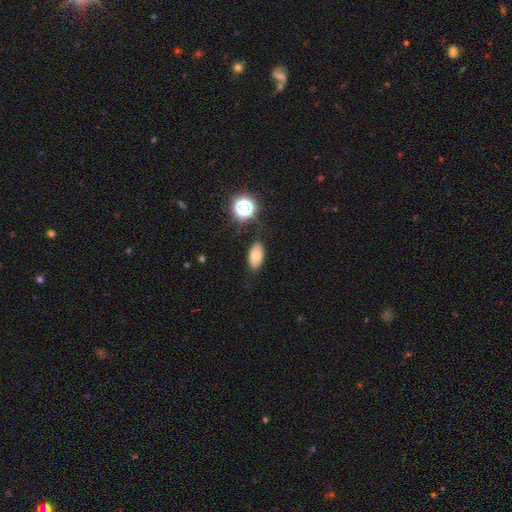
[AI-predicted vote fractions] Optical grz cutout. It shows a smooth galaxy with no disk features (74%) that is in between round and cigar-shaped (91%). Merging: none (84%).